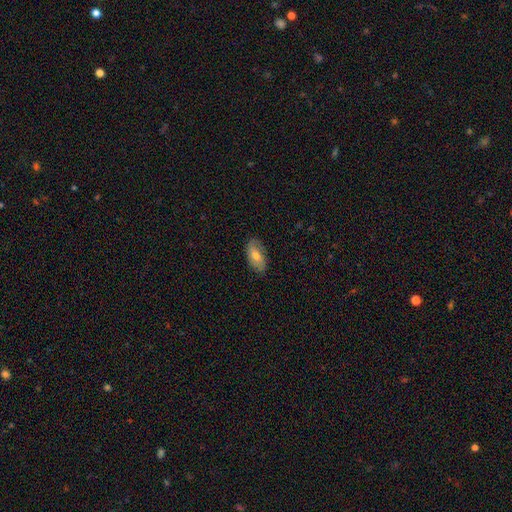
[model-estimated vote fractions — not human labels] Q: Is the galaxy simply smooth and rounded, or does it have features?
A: smooth — 56%.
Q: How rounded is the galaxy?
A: in between — 89%.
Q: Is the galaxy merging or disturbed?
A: none — 79%.